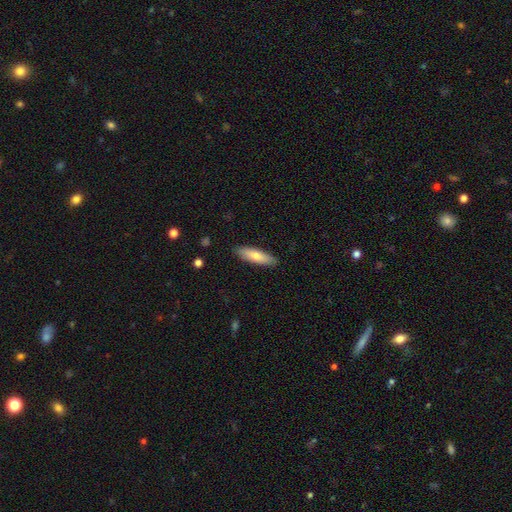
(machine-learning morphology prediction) A smooth galaxy with no disk features (70%) that is cigar-shaped (64%). Merging: none (89%).